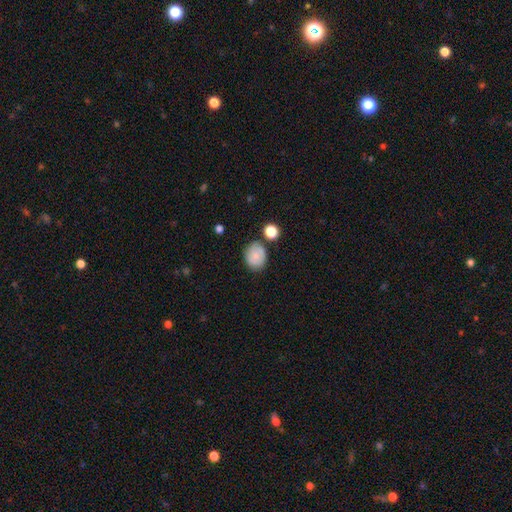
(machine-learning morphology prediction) Q: Smooth or featured?
A: smooth (81%); runner-up: featured or disk (10%)
Q: How rounded?
A: round (56%); runner-up: in between (43%)
Q: Merging?
A: none (76%); runner-up: minor disturbance (14%)